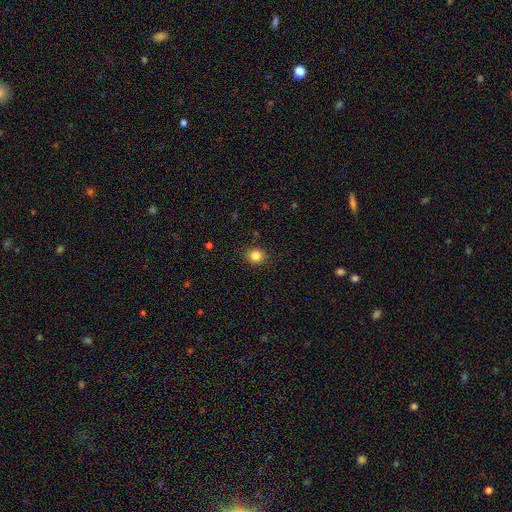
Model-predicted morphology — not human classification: This appears to be a smooth galaxy with no disk features (83%) that is round (77%). Merging: none (88%).